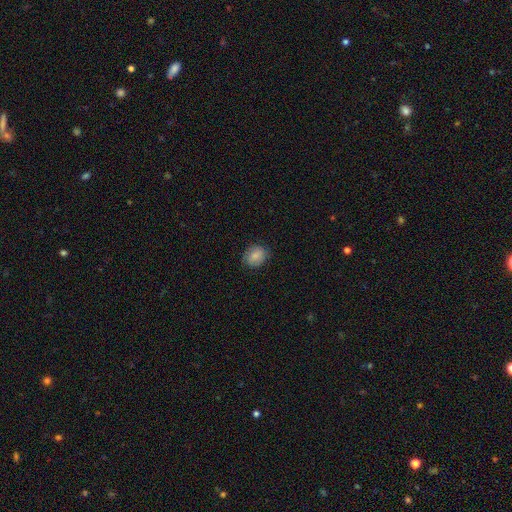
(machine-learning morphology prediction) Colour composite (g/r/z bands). It shows a smooth galaxy with no disk features (80%) that is round (53%). Merging: none (80%).